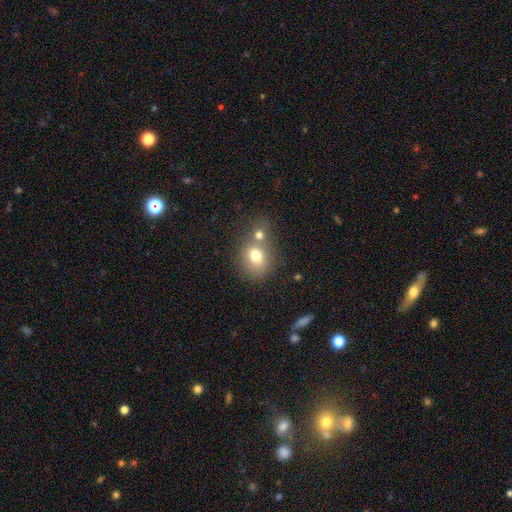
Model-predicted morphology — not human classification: smooth 74%, featured or disk 15%, star or artifact 11%. Down the decision tree: how rounded — round (63%); merging — none (47%).